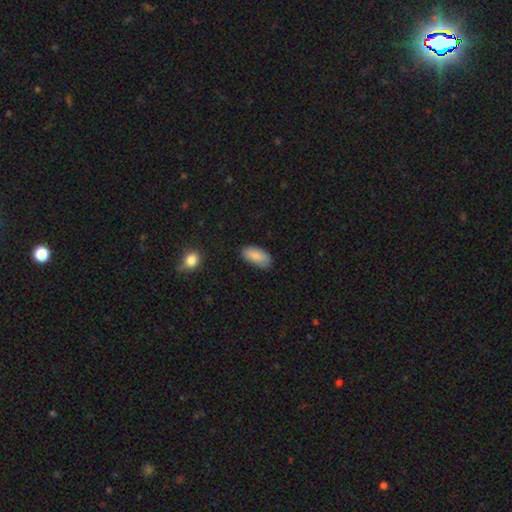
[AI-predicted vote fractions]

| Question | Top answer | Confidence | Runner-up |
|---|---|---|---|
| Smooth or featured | smooth | 87% | star or artifact (6%) |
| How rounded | in between | 92% | cigar-shaped (6%) |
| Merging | none | 79% | minor disturbance (17%) |